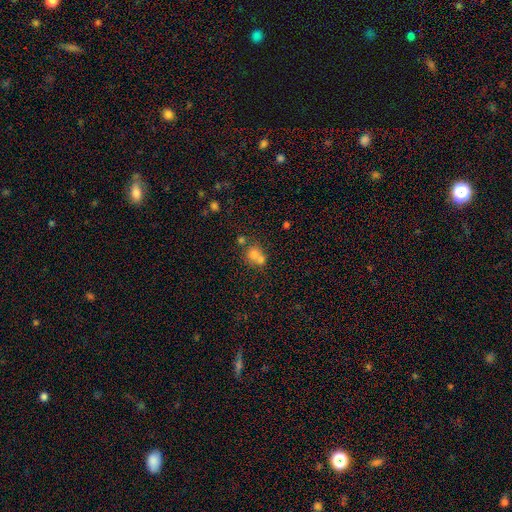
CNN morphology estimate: Overall: smooth (69%). How rounded: round (81%). Merging: merger (53%; none 37%).